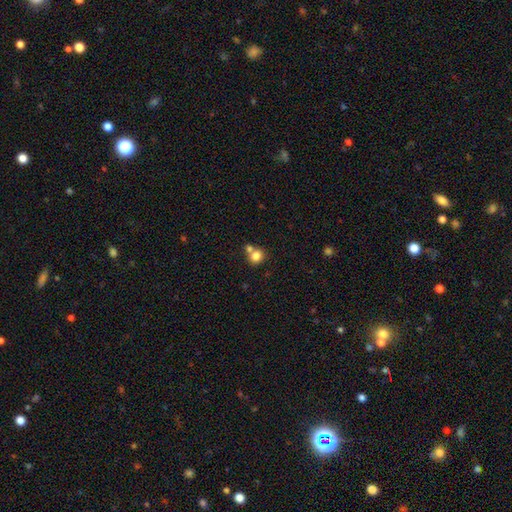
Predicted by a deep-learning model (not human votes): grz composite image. It shows a smooth galaxy with no disk features (81%) that is round (79%). Merging: none (51%).